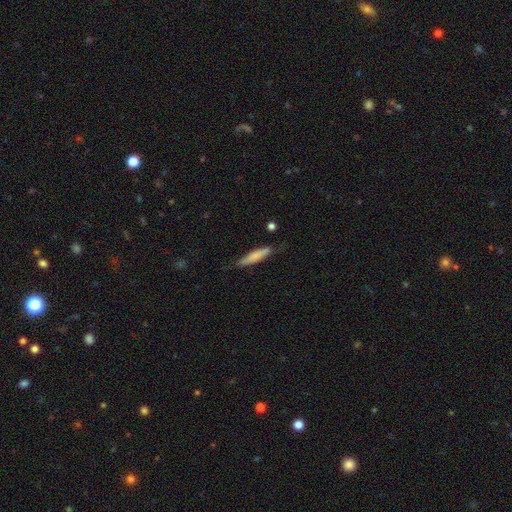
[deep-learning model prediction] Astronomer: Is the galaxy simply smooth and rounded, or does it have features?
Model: smooth — 72%.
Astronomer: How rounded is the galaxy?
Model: cigar-shaped — 84%.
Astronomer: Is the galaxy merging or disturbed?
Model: none — 71%.